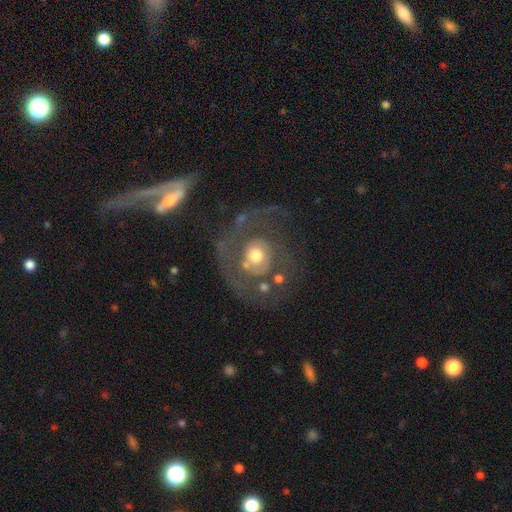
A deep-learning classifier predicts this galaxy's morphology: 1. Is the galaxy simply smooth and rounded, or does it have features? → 67% featured or disk, 25% smooth, 8% star or artifact.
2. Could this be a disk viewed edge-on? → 97% no, 3% yes.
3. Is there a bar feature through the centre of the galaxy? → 85% no, 12% weak, 3% strong.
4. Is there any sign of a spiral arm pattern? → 59% yes, 41% no.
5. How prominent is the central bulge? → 65% moderate, 17% large, 14% small, 2% dominant, 2% none.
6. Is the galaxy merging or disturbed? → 45% none, 32% major disturbance, 17% minor disturbance, 6% merger.